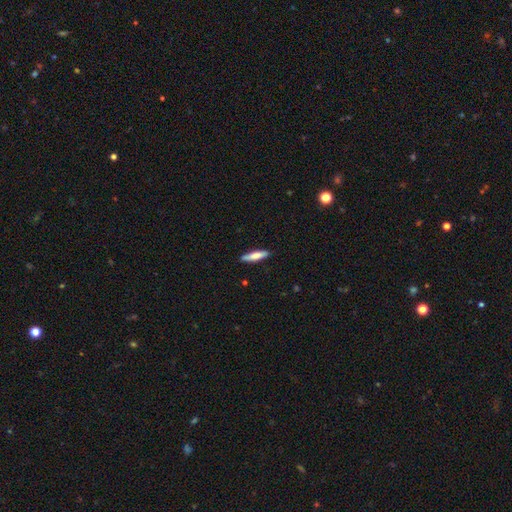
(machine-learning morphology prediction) smooth_or_featured: smooth (p=0.69) [alt: featured or disk p=0.26]
how_rounded: cigar-shaped (p=0.80) [alt: in between p=0.19]
merging: none (p=0.88) [alt: minor disturbance p=0.09]